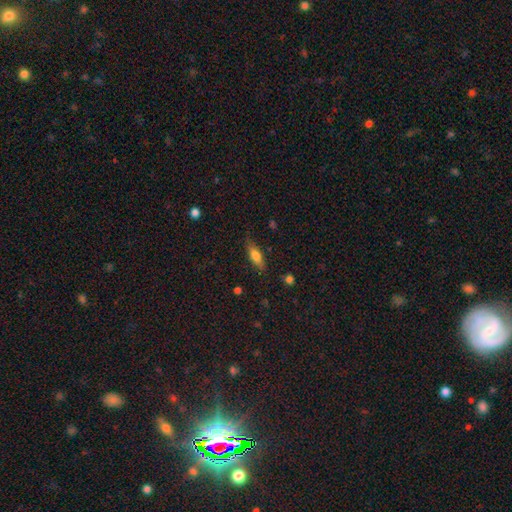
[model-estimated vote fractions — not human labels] smooth 70%, featured or disk 22%, star or artifact 7%. Down the decision tree: how rounded — in between (58%); merging — none (79%).